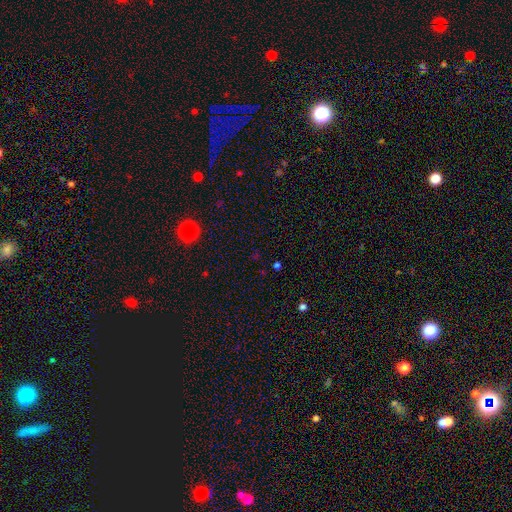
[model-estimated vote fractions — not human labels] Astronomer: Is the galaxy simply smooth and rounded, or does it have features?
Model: star or artifact — 56% (runner-up: smooth, 37%).